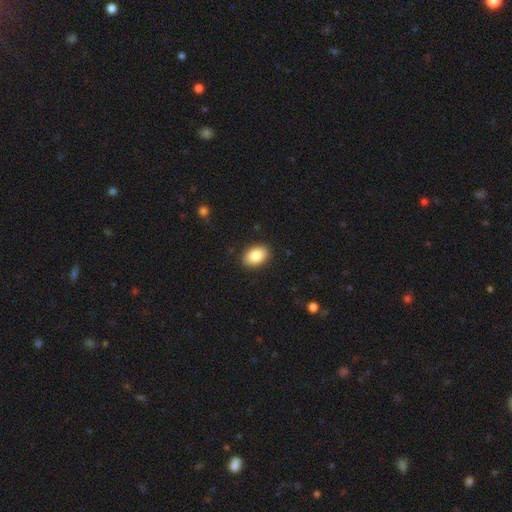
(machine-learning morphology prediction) Smooth or featured?
  - smooth: 86% *
  - star or artifact: 7%
  - featured or disk: 7%
How rounded?
  - in between: 86% *
  - round: 13%
  - cigar-shaped: 1%
Merging?
  - none: 89% *
  - minor disturbance: 8%
  - major disturbance: 2%
  - merger: 1%